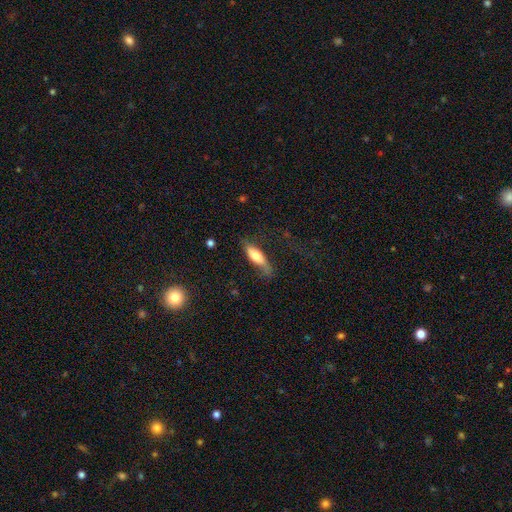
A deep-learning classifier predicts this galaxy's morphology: Q: Smooth or featured?
A: smooth (61%); runner-up: featured or disk (32%)
Q: How rounded?
A: in between (51%); runner-up: cigar-shaped (47%)
Q: Merging?
A: none (57%); runner-up: minor disturbance (27%)